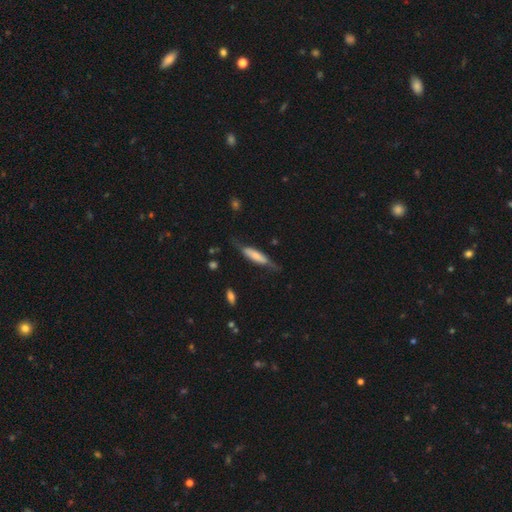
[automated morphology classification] Smooth or featured? smooth (56%)
How rounded? cigar-shaped (70%)
Merging? none (59%)